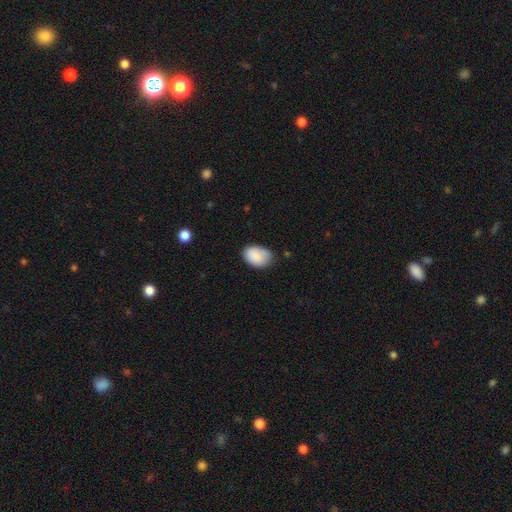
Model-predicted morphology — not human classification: Overall: smooth (86%). How rounded: in between (82%). Merging: none (66%; minor disturbance 27%).